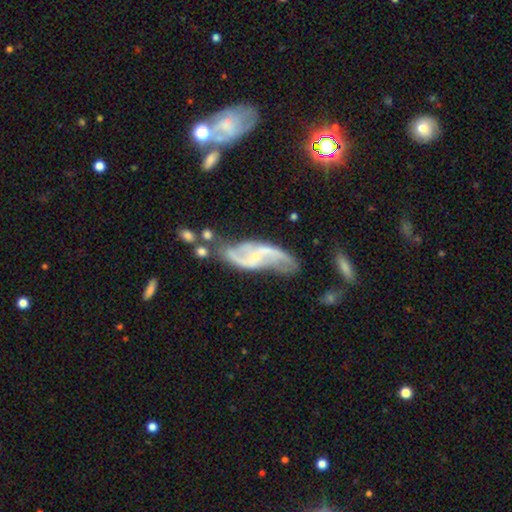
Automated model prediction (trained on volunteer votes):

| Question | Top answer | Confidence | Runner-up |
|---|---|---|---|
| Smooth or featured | featured or disk | 85% | smooth (9%) |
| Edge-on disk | no | 93% | yes (7%) |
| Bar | no | 45% | weak (37%) |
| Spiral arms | yes | 93% | no (7%) |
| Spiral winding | loose | 66% | medium (26%) |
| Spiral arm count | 2 | 88% | can't tell (6%) |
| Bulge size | small | 70% | moderate (20%) |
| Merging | none | 53% | minor disturbance (23%) |